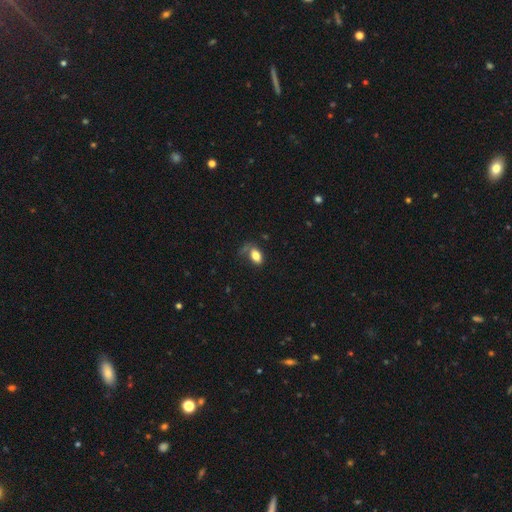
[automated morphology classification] smooth_or_featured: smooth (p=0.81) [alt: featured or disk p=0.11]
how_rounded: in between (p=0.89) [alt: round p=0.09]
merging: none (p=0.51) [alt: minor disturbance p=0.28]